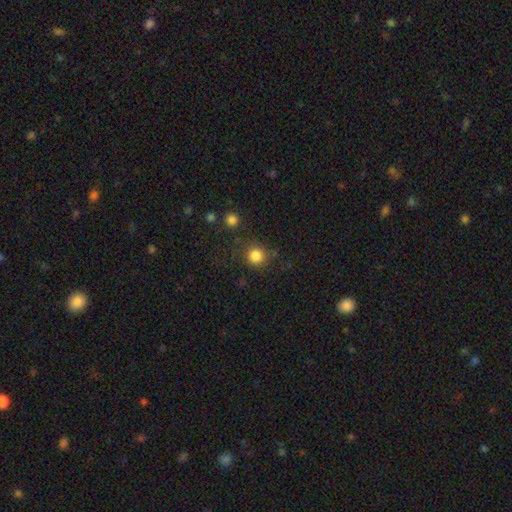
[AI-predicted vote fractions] Q: Smooth or featured?
A: smooth (83%); runner-up: star or artifact (12%)
Q: How rounded?
A: round (92%); runner-up: in between (7%)
Q: Merging?
A: none (78%); runner-up: minor disturbance (12%)